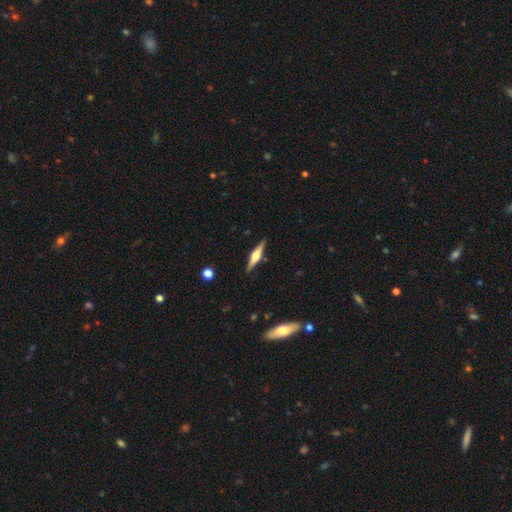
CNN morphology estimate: Smooth or featured?
  - featured or disk: 66% *
  - smooth: 28%
  - star or artifact: 6%
Edge-on disk?
  - yes: 97% *
  - no: 3%
Edge-on bulge?
  - rounded: 85% *
  - boxy: 12%
  - none: 3%
Merging?
  - none: 89% *
  - minor disturbance: 8%
  - major disturbance: 2%
  - merger: 2%